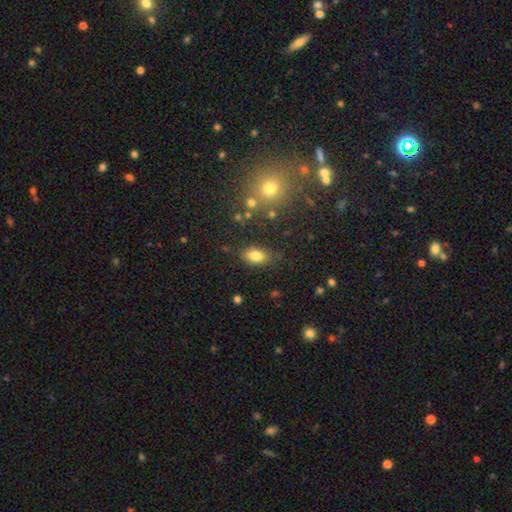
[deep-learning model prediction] Smooth or featured: smooth — 82% (star or artifact — 10%)
How rounded: in between — 88% (round — 9%)
Merging: none — 79% (minor disturbance — 14%)